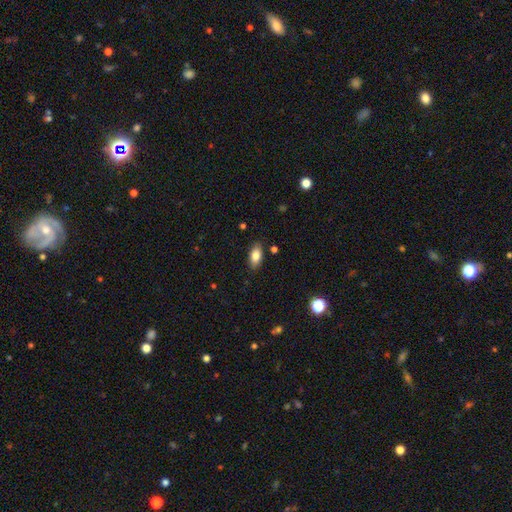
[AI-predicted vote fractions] This appears to be a smooth galaxy with no disk features (83%) that is in between round and cigar-shaped (90%). Merging: none (86%).